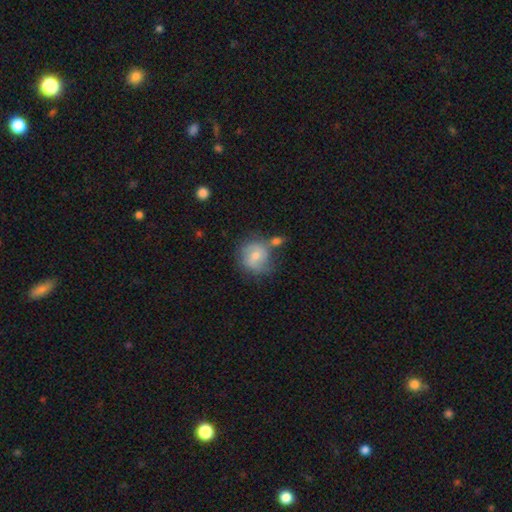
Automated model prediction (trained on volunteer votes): This appears to be a smooth galaxy with no disk features (52%) that is round (82%). Merging: none (47%).